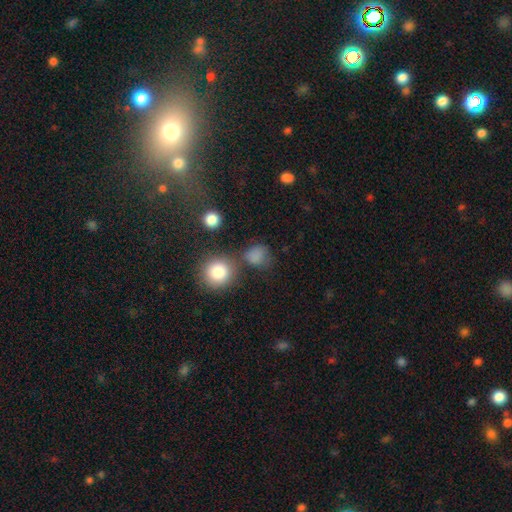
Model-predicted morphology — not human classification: type=smooth (79%); roundness=round (75%); merging=none (55%).